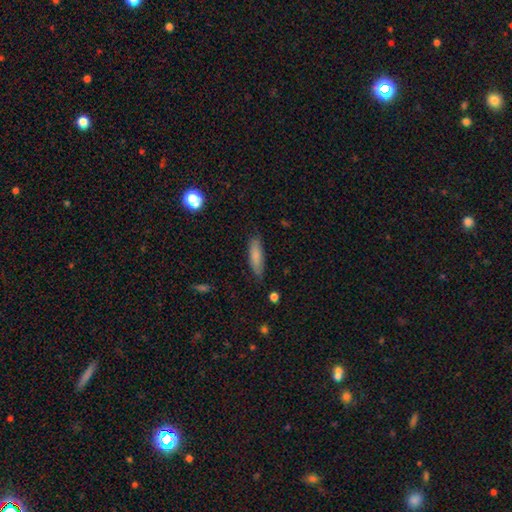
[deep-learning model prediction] Smooth or featured?
  - smooth: 80% *
  - featured or disk: 13%
  - star or artifact: 7%
How rounded?
  - cigar-shaped: 61% *
  - in between: 38%
  - round: 2%
Merging?
  - none: 82% *
  - minor disturbance: 14%
  - major disturbance: 3%
  - merger: 1%